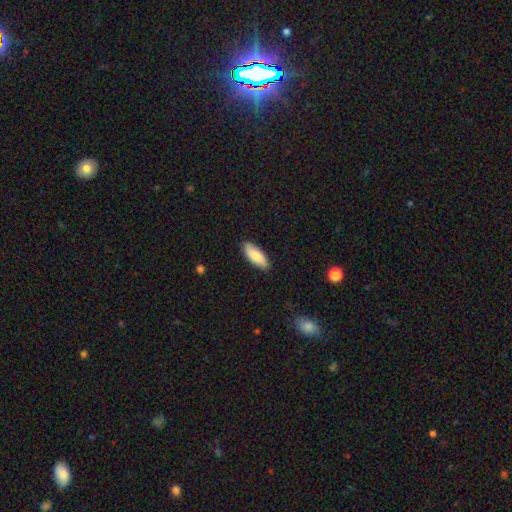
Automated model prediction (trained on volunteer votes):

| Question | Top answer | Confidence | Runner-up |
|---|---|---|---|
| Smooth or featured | smooth | 82% | featured or disk (12%) |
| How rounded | in between | 76% | cigar-shaped (22%) |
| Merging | none | 88% | minor disturbance (9%) |